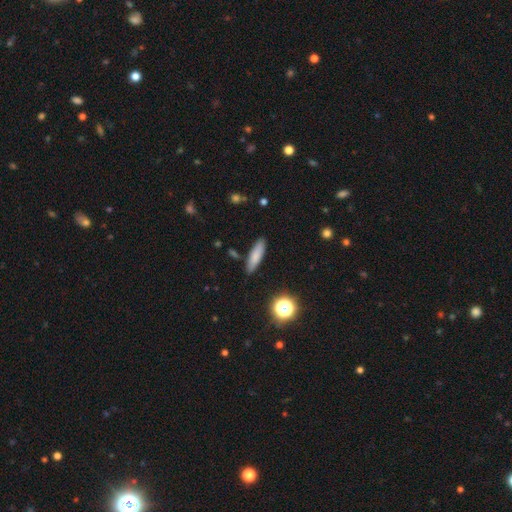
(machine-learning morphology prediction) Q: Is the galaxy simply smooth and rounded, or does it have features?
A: smooth — 79%.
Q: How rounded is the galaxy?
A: cigar-shaped — 66%.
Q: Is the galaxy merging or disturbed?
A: none — 85%.